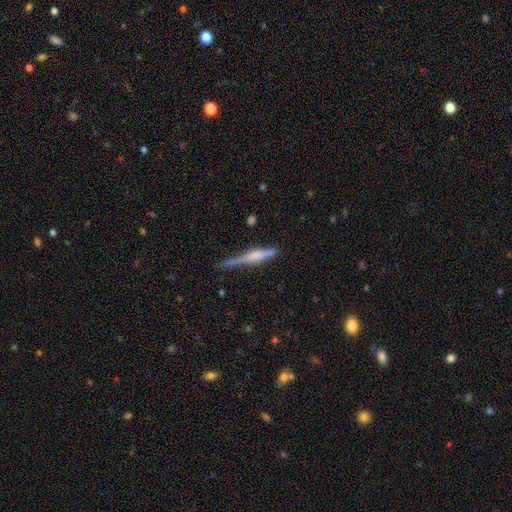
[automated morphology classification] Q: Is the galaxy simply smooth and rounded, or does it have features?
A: featured or disk — 54%.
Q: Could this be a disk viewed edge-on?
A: yes — 96%.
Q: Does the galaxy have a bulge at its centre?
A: rounded — 44%.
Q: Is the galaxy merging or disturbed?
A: none — 62%.